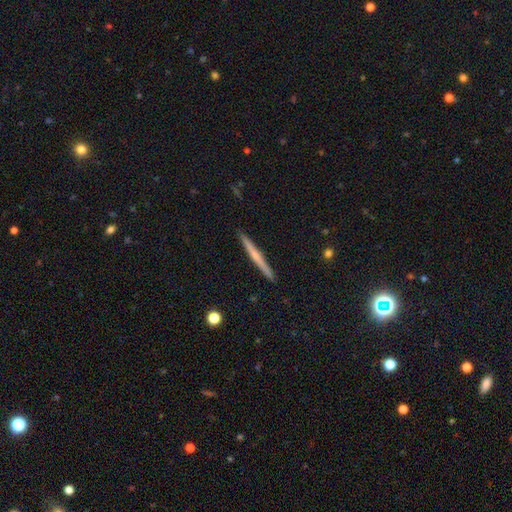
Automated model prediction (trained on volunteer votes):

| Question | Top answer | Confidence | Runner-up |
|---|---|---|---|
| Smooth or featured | featured or disk | 55% | smooth (39%) |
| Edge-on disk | yes | 98% | no (2%) |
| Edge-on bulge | none | 53% | rounded (40%) |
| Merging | none | 92% | minor disturbance (5%) |